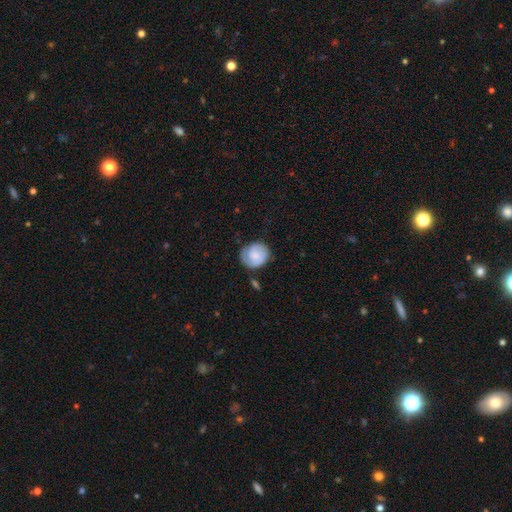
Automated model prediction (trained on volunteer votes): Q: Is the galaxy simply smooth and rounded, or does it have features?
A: smooth — 56%.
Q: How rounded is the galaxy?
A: round — 79%.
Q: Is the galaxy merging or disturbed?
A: none — 66%.